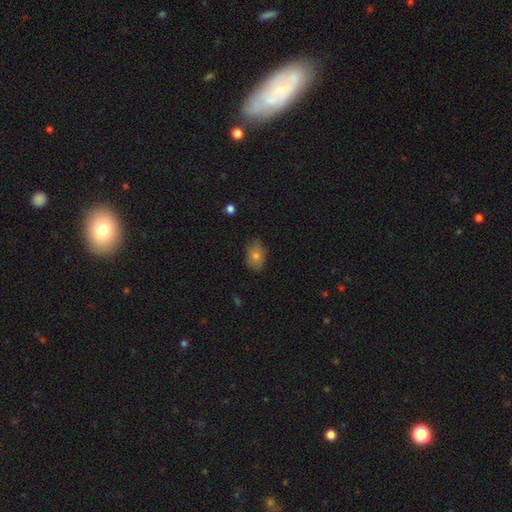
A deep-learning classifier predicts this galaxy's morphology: A smooth galaxy with no disk features (77%) that is in between round and cigar-shaped (80%).

Vote fractions:
- Smooth or featured? smooth: 77% / featured or disk: 13% / star or artifact: 10%
- How rounded? in between: 80% / round: 19% / cigar-shaped: 1%
- Merging? none: 80% / minor disturbance: 16% / major disturbance: 3% / merger: 1%